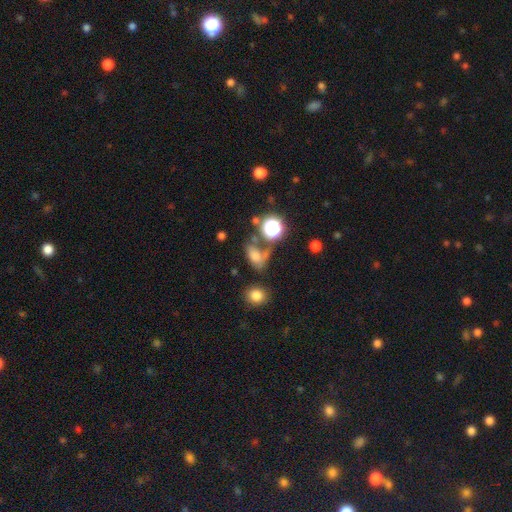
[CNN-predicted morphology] This is possibly a smooth galaxy (54%). How rounded: likely in between (67%). Merging: marginally none (43%).